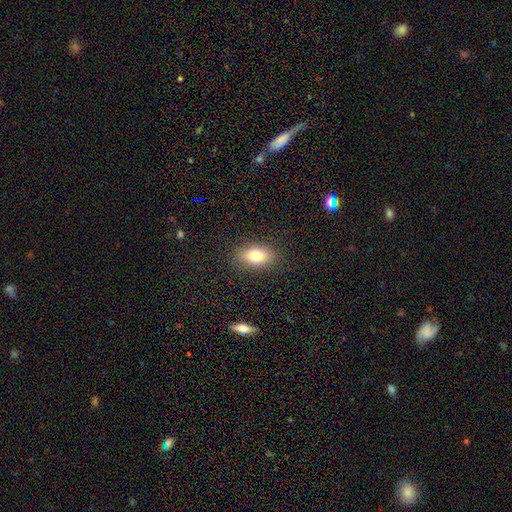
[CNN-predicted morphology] smooth_or_featured: smooth (p=0.79) [alt: featured or disk p=0.12]
how_rounded: in between (p=0.86) [alt: round p=0.08]
merging: none (p=0.86) [alt: minor disturbance p=0.10]